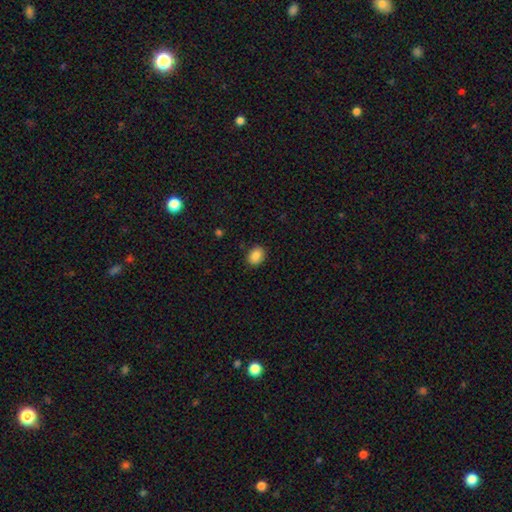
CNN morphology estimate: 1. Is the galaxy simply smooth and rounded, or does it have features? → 87% smooth, 9% star or artifact, 4% featured or disk.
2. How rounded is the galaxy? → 62% in between, 37% round, 1% cigar-shaped.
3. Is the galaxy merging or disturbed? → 88% none, 8% minor disturbance, 2% major disturbance, 1% merger.